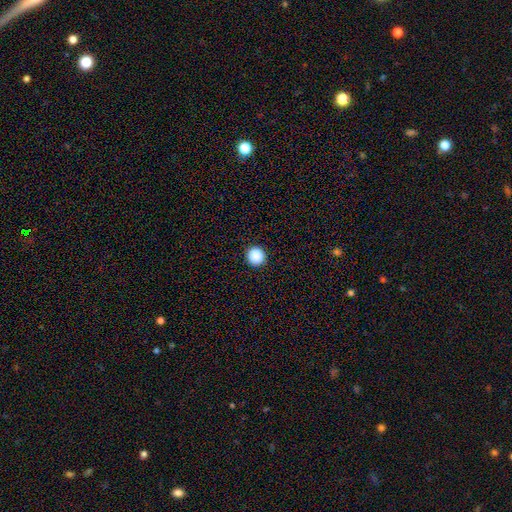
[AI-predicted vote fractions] The model was most divided on "smooth or featured": smooth: 89%, star or artifact: 9%, featured or disk: 2%. More confident: how rounded — round (95%); merging — none (93%).